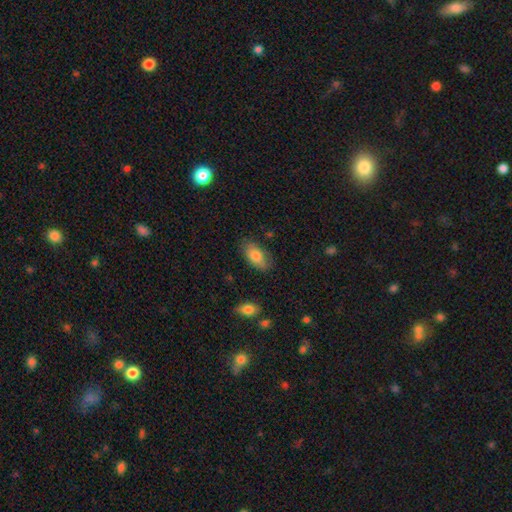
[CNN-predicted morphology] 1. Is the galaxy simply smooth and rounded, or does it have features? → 79% smooth, 14% featured or disk, 7% star or artifact.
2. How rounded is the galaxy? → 92% in between, 4% cigar-shaped, 4% round.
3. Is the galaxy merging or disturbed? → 77% none, 18% minor disturbance, 4% major disturbance, 2% merger.